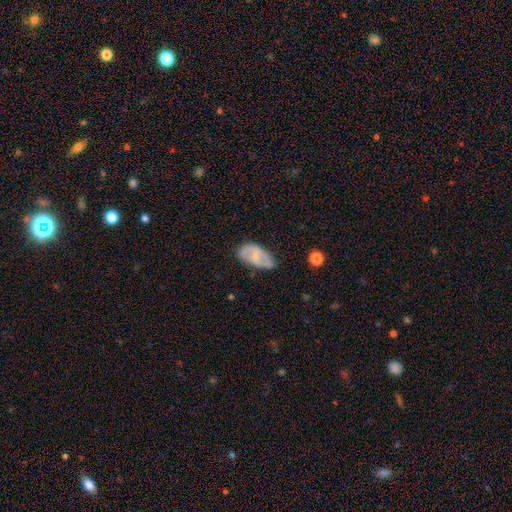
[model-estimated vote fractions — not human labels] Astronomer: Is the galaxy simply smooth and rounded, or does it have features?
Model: featured or disk — 51% (runner-up: smooth, 43%).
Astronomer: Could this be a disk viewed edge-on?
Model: no — 94%.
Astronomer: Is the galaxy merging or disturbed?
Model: none — 59%.